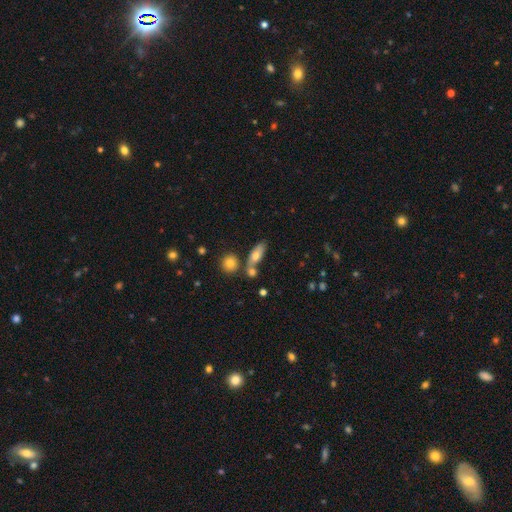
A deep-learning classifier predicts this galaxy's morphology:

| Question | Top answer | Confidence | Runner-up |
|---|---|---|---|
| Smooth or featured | smooth | 69% | featured or disk (22%) |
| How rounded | in between | 68% | cigar-shaped (27%) |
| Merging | none | 56% | merger (26%) |